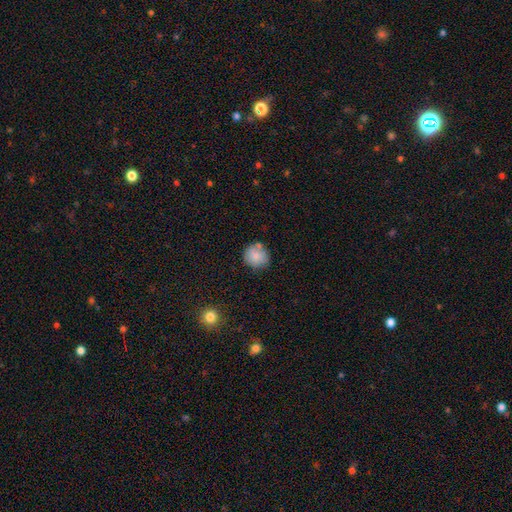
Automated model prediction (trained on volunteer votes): Morphology: type=smooth (80%); roundness=round (89%); merging=none (71%).